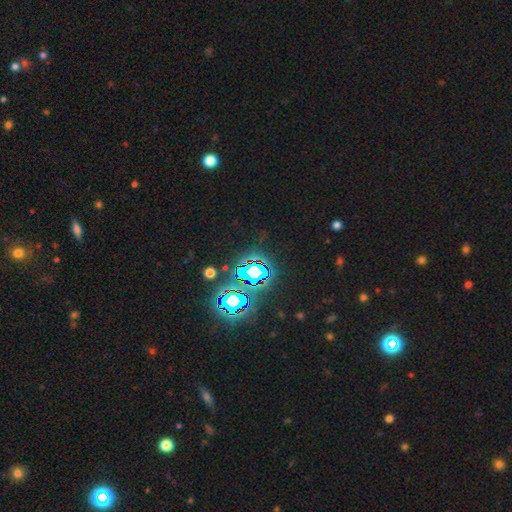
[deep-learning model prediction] This is likely a star or artifact rather than a galaxy (80%).